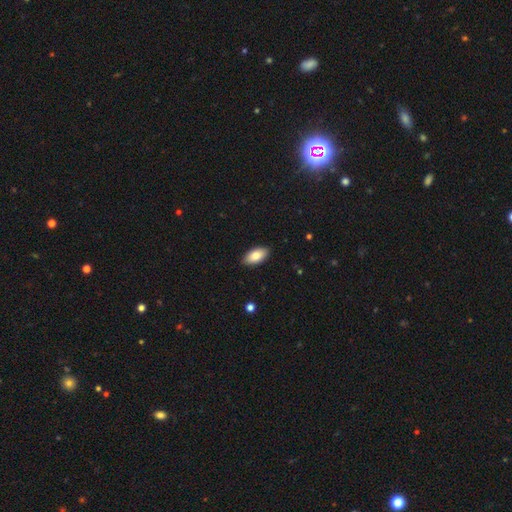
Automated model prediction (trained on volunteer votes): Q: Smooth or featured?
A: smooth (81%); runner-up: featured or disk (13%)
Q: How rounded?
A: in between (93%); runner-up: cigar-shaped (5%)
Q: Merging?
A: none (89%); runner-up: minor disturbance (8%)